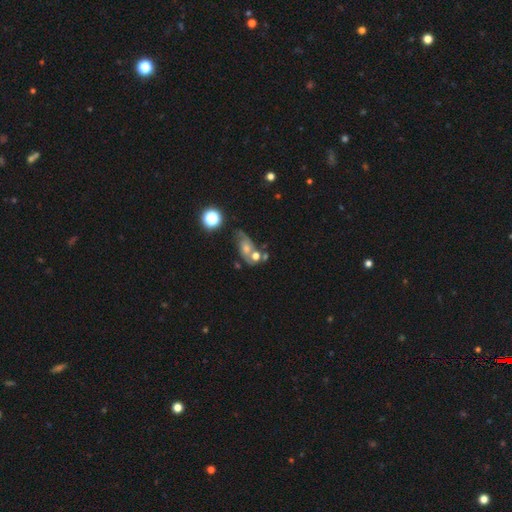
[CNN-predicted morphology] The model was most divided on "merging": none: 36%, merger: 30%, minor disturbance: 18%, major disturbance: 15%. Remaining: edge-on disk — no (93%); bar — no (77%); spiral arms — yes (70%); smooth or featured — featured or disk (56%); bulge size — moderate (50%).